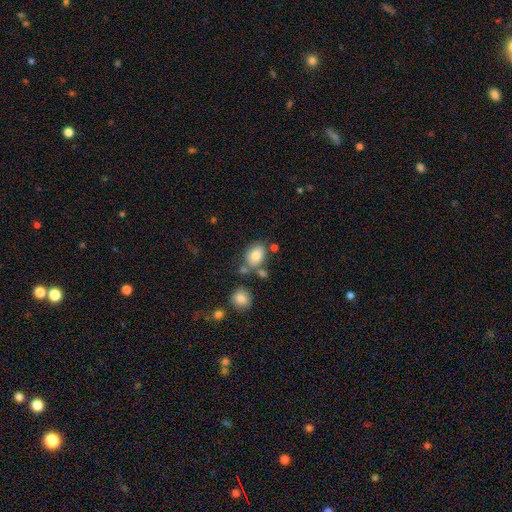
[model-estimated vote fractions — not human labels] Smooth or featured? Predicted: smooth (p=0.80). How rounded? Predicted: in between (p=0.75). Merging? Predicted: none (p=0.62).